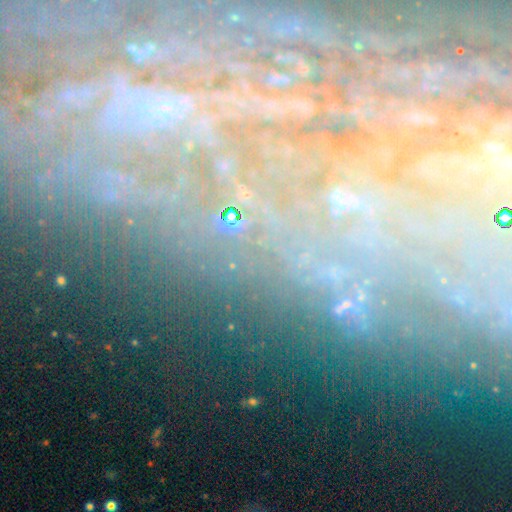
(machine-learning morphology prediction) type=featured or disk (43%, tied with star or artifact); merging=none (73%).